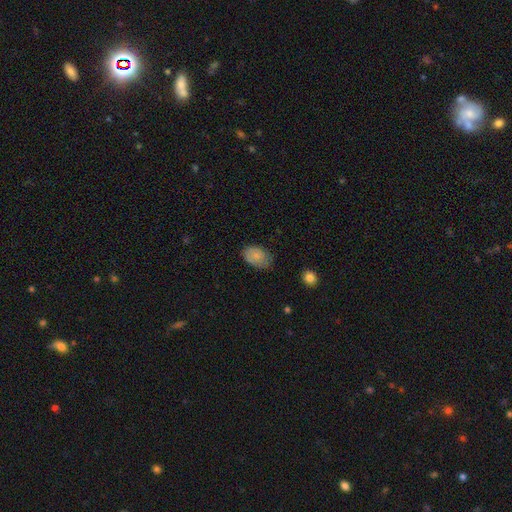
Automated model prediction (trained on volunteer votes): The model was most divided on "merging": none: 73%, minor disturbance: 22%, major disturbance: 4%, merger: 1%. More confident: how rounded — in between (86%); smooth or featured — smooth (78%).